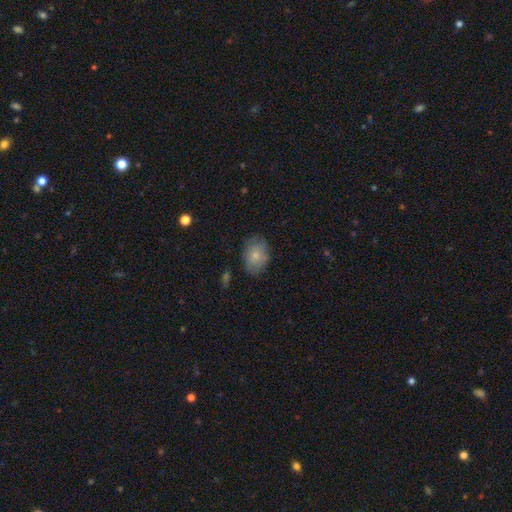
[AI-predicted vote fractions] The model was most divided on "how rounded": in between: 72%, round: 27%, cigar-shaped: 1%. More confident: smooth or featured — smooth (77%); merging — none (72%).